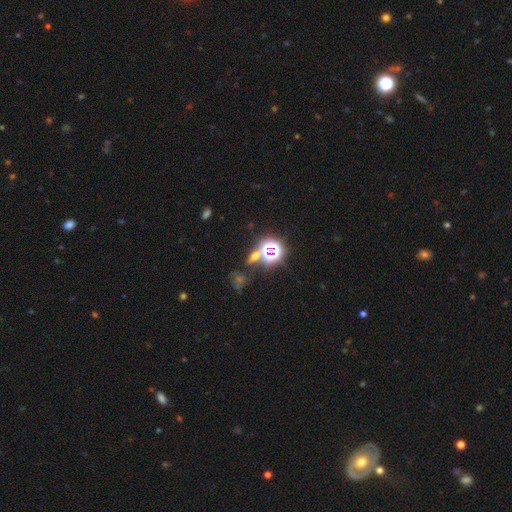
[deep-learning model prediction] Morphology: type=star or artifact (60%).